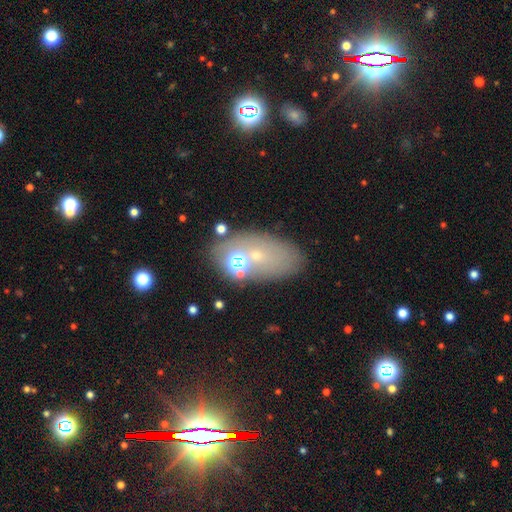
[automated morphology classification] Smooth or featured? smooth (50%)
How rounded? in between (85%)
Merging? none (51%)